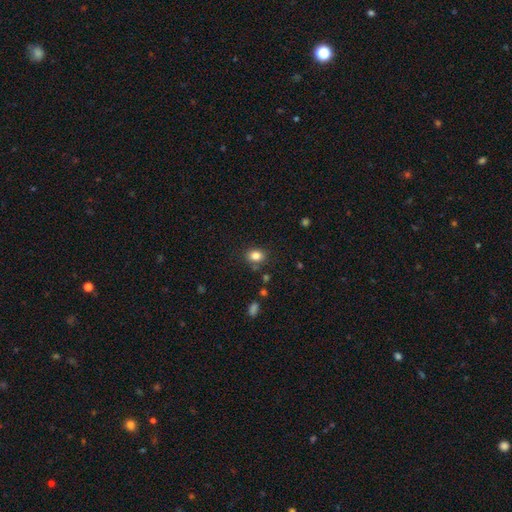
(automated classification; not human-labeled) Q: Smooth or featured?
A: smooth (83%); runner-up: star or artifact (11%)
Q: How rounded?
A: in between (54%); runner-up: round (45%)
Q: Merging?
A: none (83%); runner-up: minor disturbance (11%)